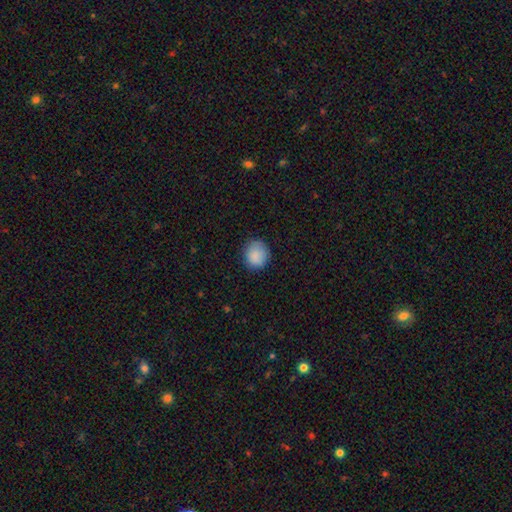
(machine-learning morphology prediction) Smooth or featured: smooth — 88% (star or artifact — 8%)
How rounded: round — 81% (in between — 18%)
Merging: none — 83% (minor disturbance — 13%)